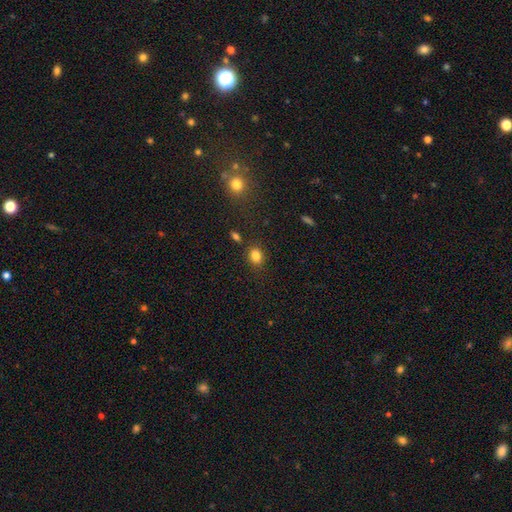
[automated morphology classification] A smooth galaxy with no disk features (82%) that is round (54%). Merging: none (80%).